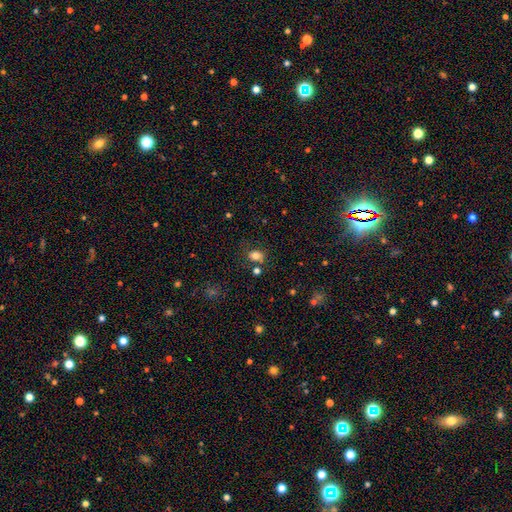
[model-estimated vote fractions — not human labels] Morphology: type=smooth (78%); roundness=round (51%); merging=none (68%).